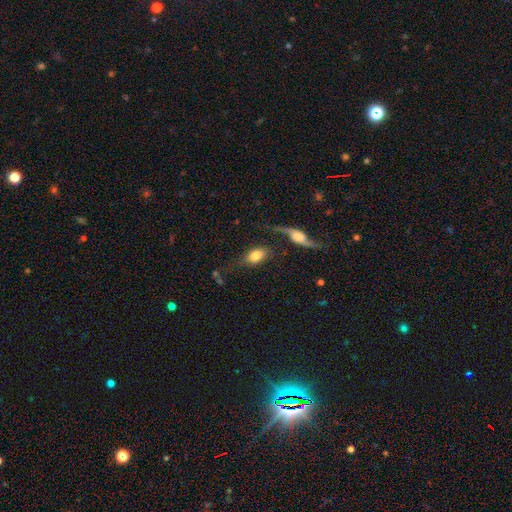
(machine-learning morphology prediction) smooth-or-featured: smooth: 69% | featured or disk: 23% | star or artifact: 8%
  how-rounded: in between: 86% | round: 10% | cigar-shaped: 4%
  merging: none: 58% | minor disturbance: 20% | major disturbance: 12% | merger: 10%